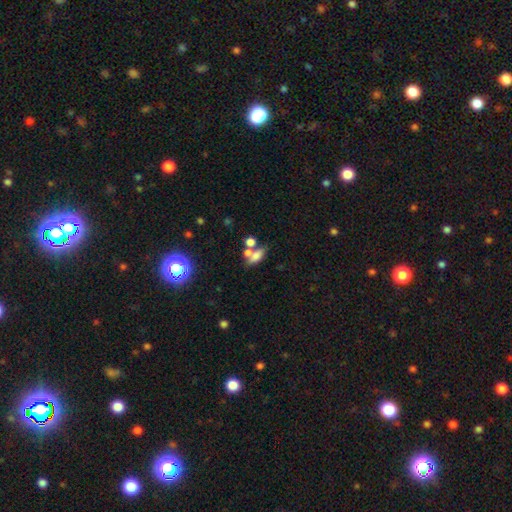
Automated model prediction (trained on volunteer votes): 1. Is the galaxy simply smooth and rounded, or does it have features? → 66% smooth, 20% featured or disk, 14% star or artifact.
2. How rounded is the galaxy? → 76% in between, 12% cigar-shaped, 12% round.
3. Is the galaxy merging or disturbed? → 42% merger, 39% none, 12% minor disturbance, 8% major disturbance.